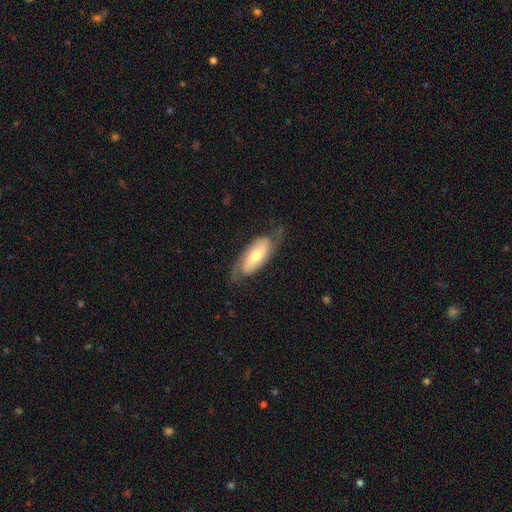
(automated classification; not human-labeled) smooth-or-featured: featured or disk: 68% | smooth: 27% | star or artifact: 5%
  disk-edge-on: no: 89% | yes: 11%
    bar: no: 47% | weak: 31% | strong: 22%
    has-spiral-arms: yes: 89% | no: 11%
      spiral-winding: medium: 40% | loose: 33% | tight: 27%
      spiral-arm-count: 2: 84% | can't tell: 9% | 1: 3% | 3: 1% | 4: 1% | more than 4: 1%
    bulge-size: moderate: 60% | small: 29% | large: 8% | dominant: 2% | none: 2%
  merging: none: 69% | minor disturbance: 20% | major disturbance: 10% | merger: 1%